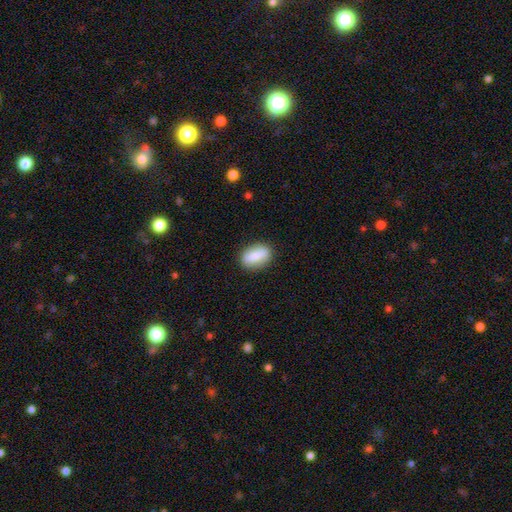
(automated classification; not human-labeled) Overall: smooth (75%). How rounded: in between (80%). Merging: none (86%).